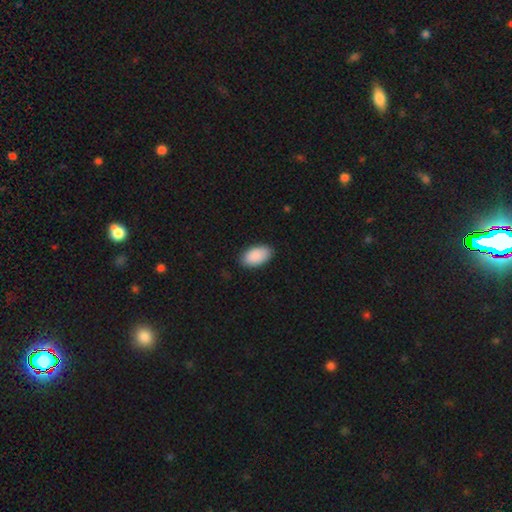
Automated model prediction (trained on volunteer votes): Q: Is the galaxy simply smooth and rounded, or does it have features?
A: smooth — 91%.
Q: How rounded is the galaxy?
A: in between — 95%.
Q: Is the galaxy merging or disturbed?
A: none — 85%.